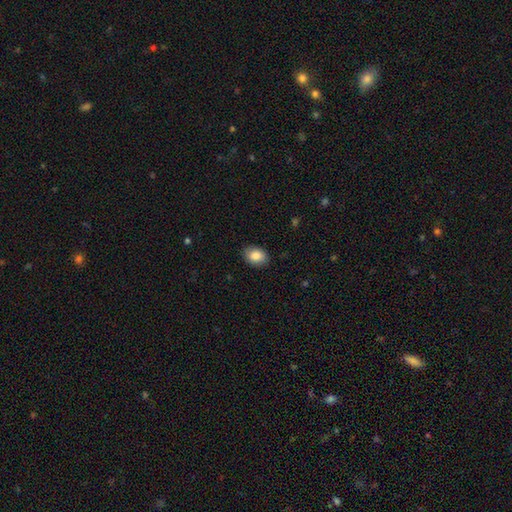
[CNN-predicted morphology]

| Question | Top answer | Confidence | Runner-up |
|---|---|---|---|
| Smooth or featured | smooth | 86% | star or artifact (7%) |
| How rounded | in between | 71% | round (28%) |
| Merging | none | 88% | minor disturbance (9%) |